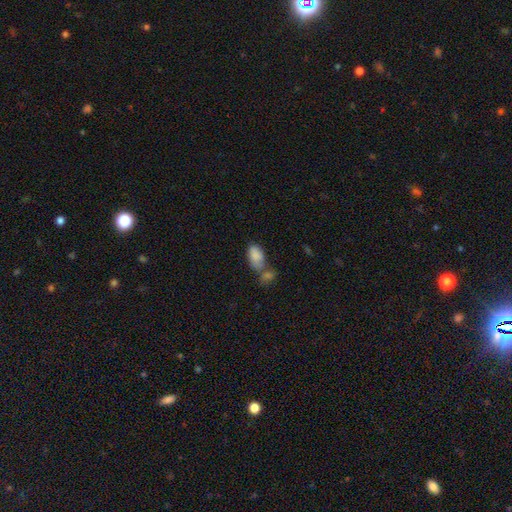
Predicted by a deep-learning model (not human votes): Q: Smooth or featured?
A: smooth (84%); runner-up: featured or disk (9%)
Q: How rounded?
A: in between (93%); runner-up: round (5%)
Q: Merging?
A: merger (48%); runner-up: none (31%)